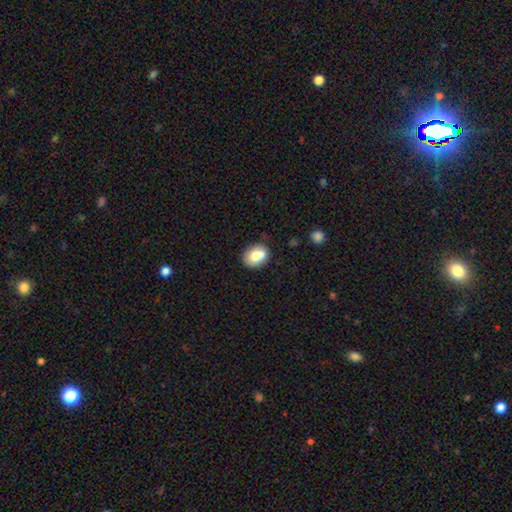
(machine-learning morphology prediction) smooth 74%, featured or disk 17%, star or artifact 9%. Down the decision tree: how rounded — round (53%); merging — none (61%).